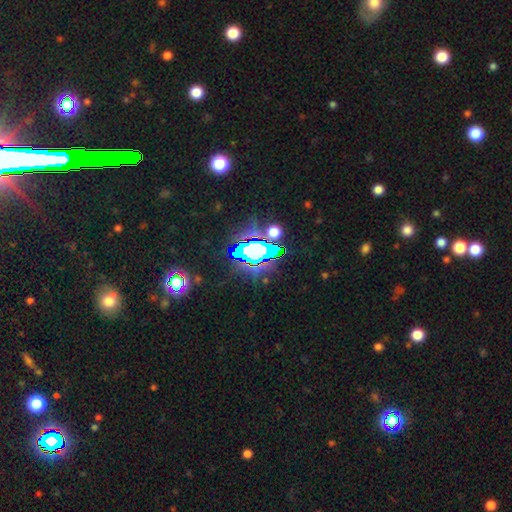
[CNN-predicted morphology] smooth-or-featured: star or artifact: 79% | smooth: 12% | featured or disk: 9%